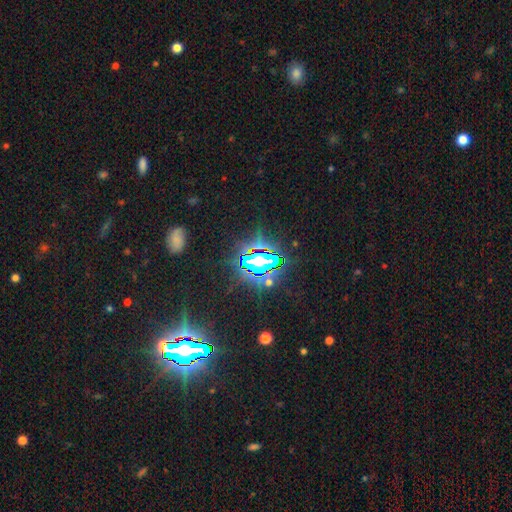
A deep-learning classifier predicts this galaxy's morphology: Smooth or featured: star or artifact — 76% (smooth — 13%)